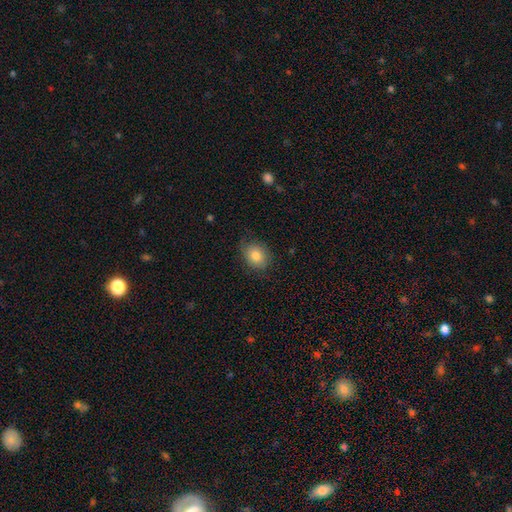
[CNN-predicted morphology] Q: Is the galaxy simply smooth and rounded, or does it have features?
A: smooth — 81%.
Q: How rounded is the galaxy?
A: round — 50%.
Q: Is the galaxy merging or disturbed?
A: none — 73%.